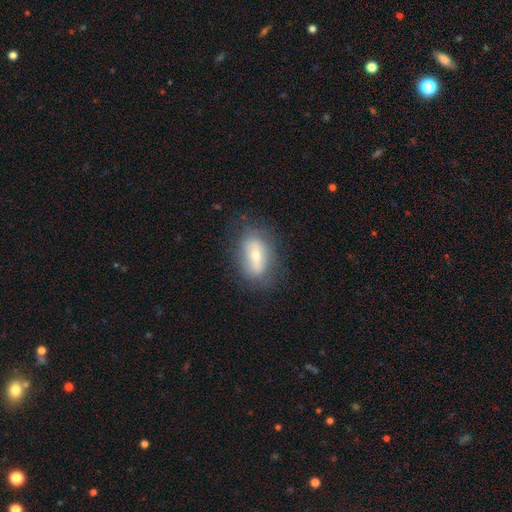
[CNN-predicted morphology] This is possibly a smooth galaxy (54%). How rounded: clearly in between (82%). Merging: likely none (72%).